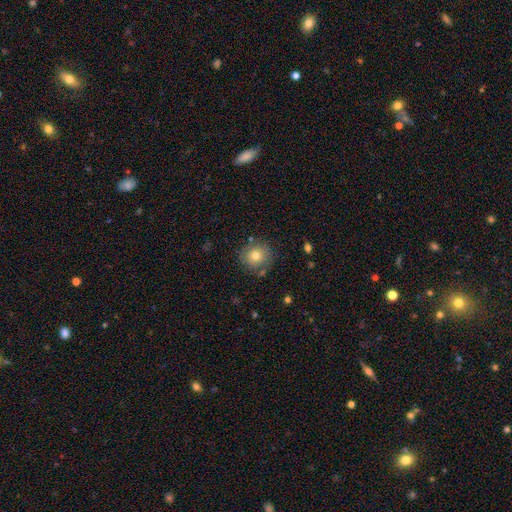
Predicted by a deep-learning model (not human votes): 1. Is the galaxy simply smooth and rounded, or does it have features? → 75% smooth, 13% featured or disk, 11% star or artifact.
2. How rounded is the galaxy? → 90% round, 9% in between, 1% cigar-shaped.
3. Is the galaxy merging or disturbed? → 81% none, 12% minor disturbance, 4% merger, 3% major disturbance.